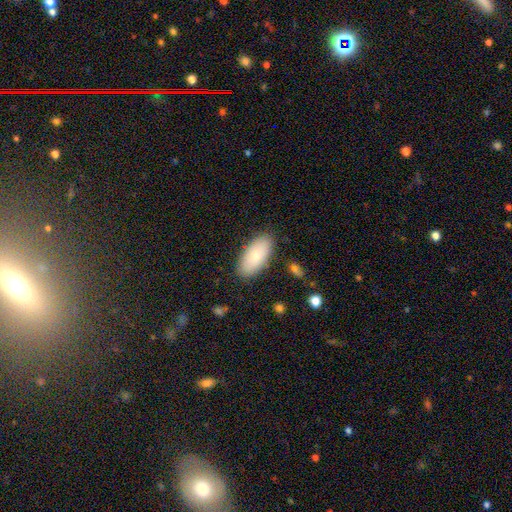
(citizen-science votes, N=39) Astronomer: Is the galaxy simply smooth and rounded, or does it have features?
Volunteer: smooth — 82%.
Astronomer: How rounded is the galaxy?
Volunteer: in between — 100%.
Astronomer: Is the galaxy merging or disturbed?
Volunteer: none — 82%.